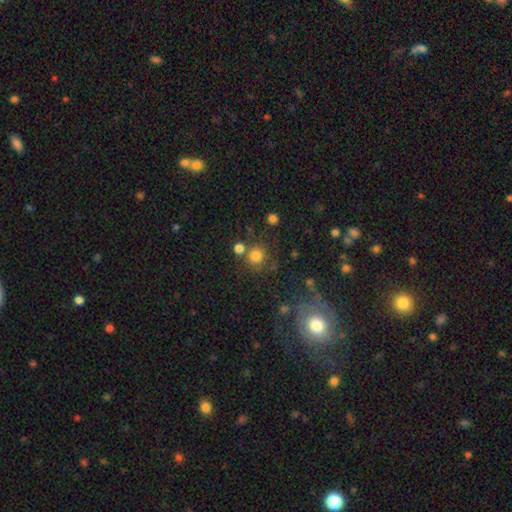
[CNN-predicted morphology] Q: Smooth or featured?
A: smooth (78%); runner-up: star or artifact (14%)
Q: How rounded?
A: round (92%); runner-up: in between (7%)
Q: Merging?
A: none (67%); runner-up: merger (17%)